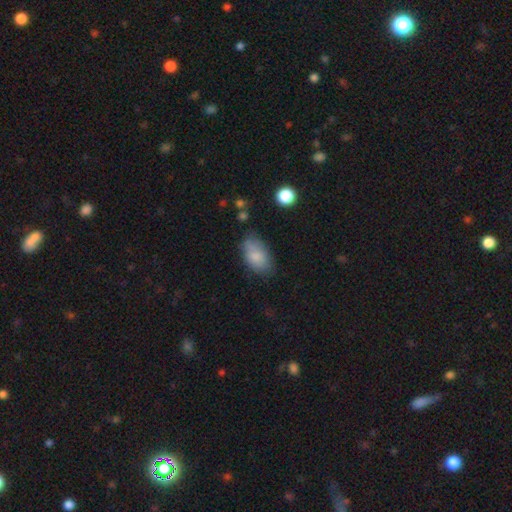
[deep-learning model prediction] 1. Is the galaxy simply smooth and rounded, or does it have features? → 81% smooth, 12% featured or disk, 8% star or artifact.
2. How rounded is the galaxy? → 92% in between, 6% round, 2% cigar-shaped.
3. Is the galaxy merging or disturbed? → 62% none, 27% minor disturbance, 7% major disturbance, 4% merger.